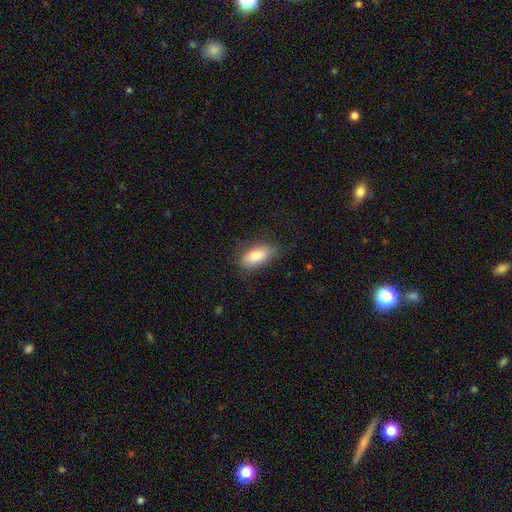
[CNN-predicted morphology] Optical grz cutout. It shows a smooth galaxy with no disk features (82%) that is in between round and cigar-shaped (88%). Merging: none (78%).